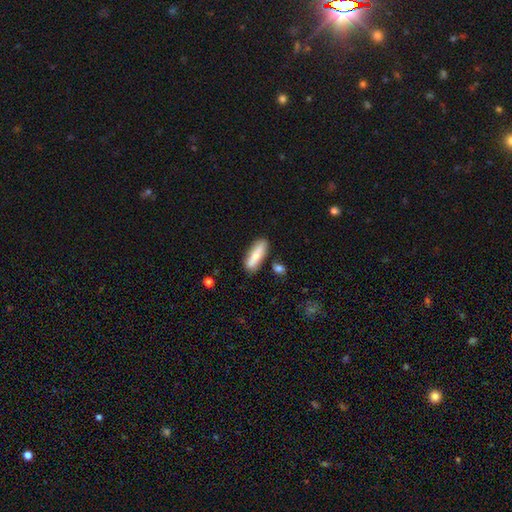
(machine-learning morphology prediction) This is likely a smooth galaxy (65%). How rounded: possibly cigar-shaped (52%). Merging: clearly none (80%).